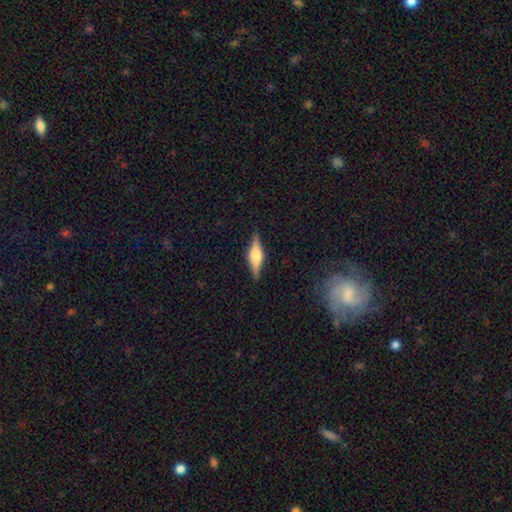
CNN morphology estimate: Smooth or featured? Predicted: featured or disk (p=0.68). Edge-on disk? Predicted: yes (p=0.97). Edge-on bulge? Predicted: rounded (p=0.83). Merging? Predicted: none (p=0.88).